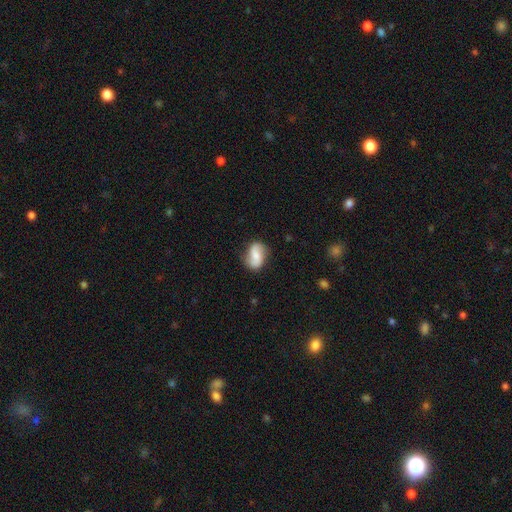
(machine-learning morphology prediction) featured or disk 48%, smooth 45%, star or artifact 8%. Down the decision tree: merging — none (74%).